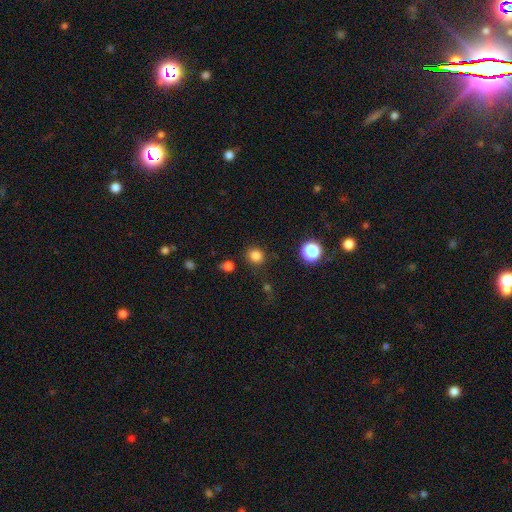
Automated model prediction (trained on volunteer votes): Q: Smooth or featured?
A: smooth (81%); runner-up: star or artifact (15%)
Q: How rounded?
A: round (85%); runner-up: in between (15%)
Q: Merging?
A: none (85%); runner-up: minor disturbance (9%)